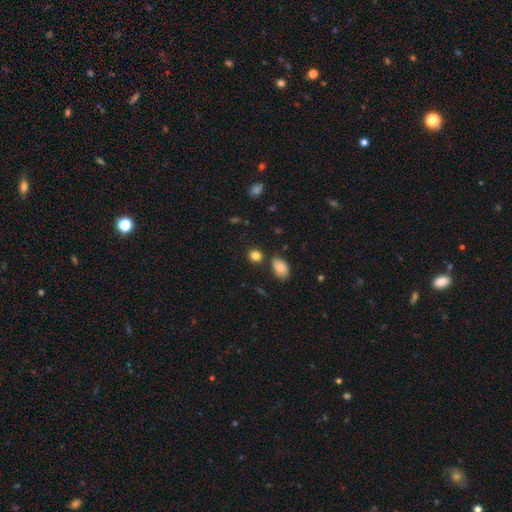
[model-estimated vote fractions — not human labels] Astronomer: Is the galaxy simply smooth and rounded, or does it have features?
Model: smooth — 85%.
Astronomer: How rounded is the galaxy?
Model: round — 70%.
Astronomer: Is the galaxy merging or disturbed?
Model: none — 77%.